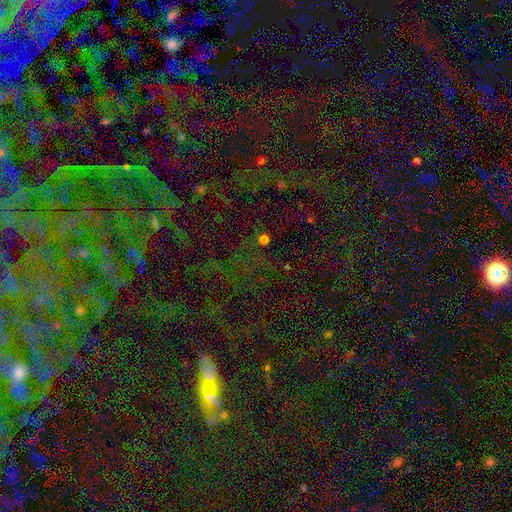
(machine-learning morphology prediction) This is likely a star or artifact rather than a galaxy (67%).